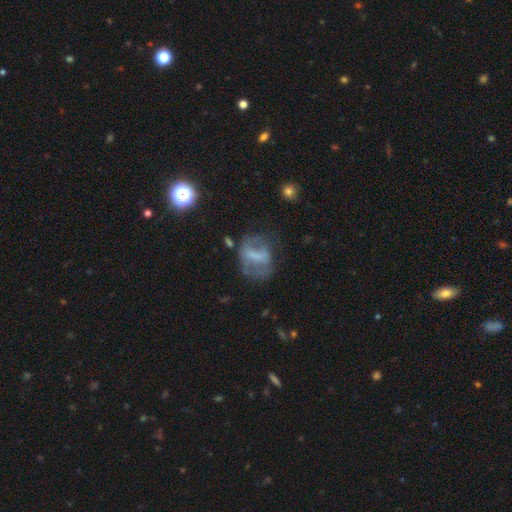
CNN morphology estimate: Q: Smooth or featured?
A: featured or disk (52%); runner-up: smooth (36%)
Q: Edge-on disk?
A: no (95%); runner-up: yes (5%)
Q: Merging?
A: none (48%); runner-up: major disturbance (25%)